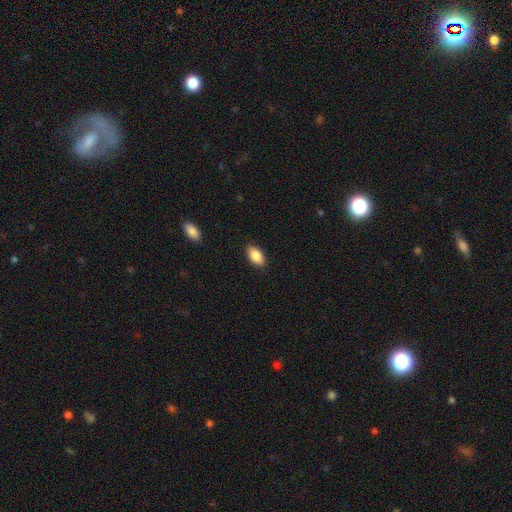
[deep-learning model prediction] A smooth galaxy with no disk features (87%) that is in between round and cigar-shaped (92%).

Vote fractions:
- Smooth or featured? smooth: 87% / star or artifact: 7% / featured or disk: 6%
- How rounded? in between: 92% / cigar-shaped: 4% / round: 3%
- Merging? none: 88% / minor disturbance: 9% / major disturbance: 2% / merger: 1%